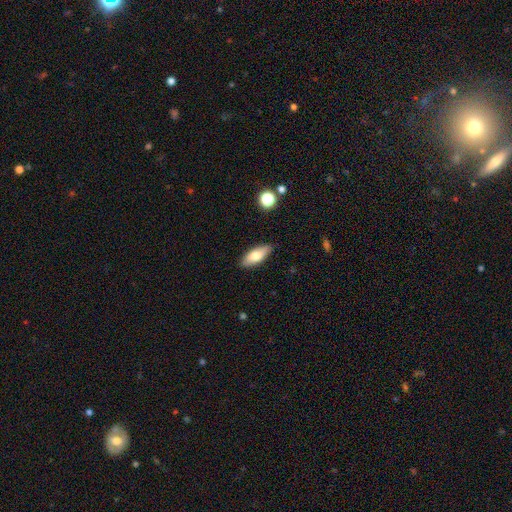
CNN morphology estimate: Smooth or featured? Predicted: smooth (p=0.73). How rounded? Predicted: in between (p=0.75). Merging? Predicted: none (p=0.86).